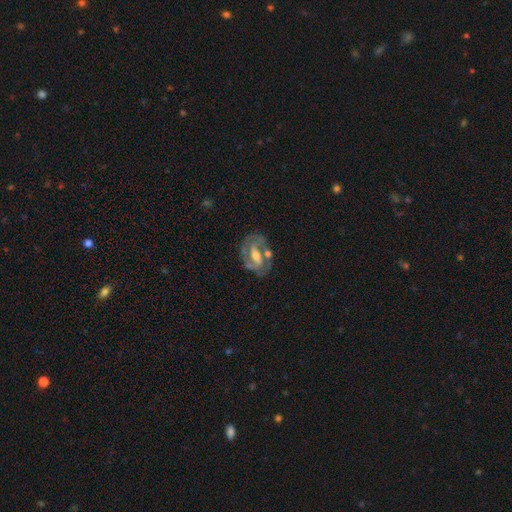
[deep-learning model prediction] Smooth or featured: featured or disk — 83% (smooth — 11%)
Edge-on disk: no — 96% (yes — 4%)
Bar: weak — 43% (strong — 36%)
Spiral arms: yes — 90% (no — 10%)
Spiral winding: medium — 47% (tight — 39%)
Spiral arm count: 2 — 78% (can't tell — 10%)
Bulge size: moderate — 57% (small — 28%)
Merging: none — 65% (minor disturbance — 17%)